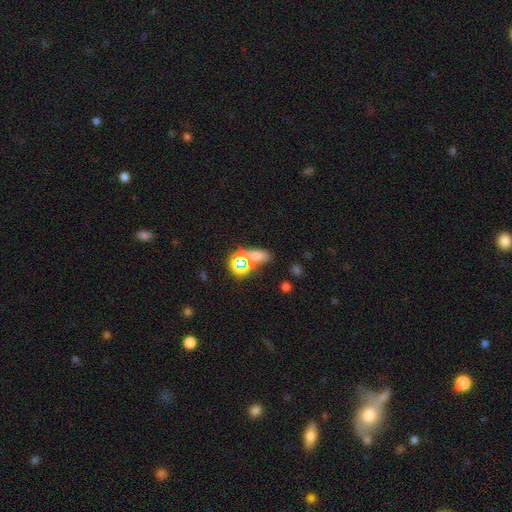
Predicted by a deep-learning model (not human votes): smooth_or_featured: smooth (p=0.49) [alt: star or artifact p=0.38]
merging: none (p=0.44) [alt: merger p=0.33]